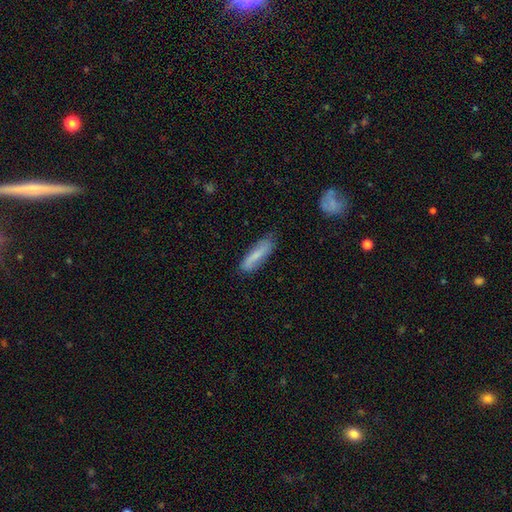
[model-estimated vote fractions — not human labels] Smooth or featured? Predicted: smooth (p=0.68). How rounded? Predicted: cigar-shaped (p=0.71). Merging? Predicted: none (p=0.73).